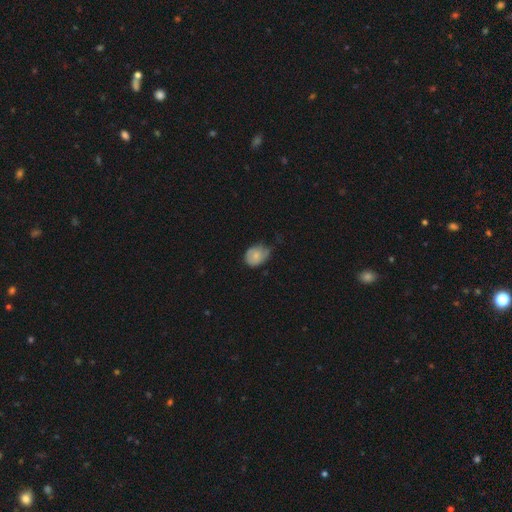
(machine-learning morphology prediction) A smooth galaxy with no disk features (69%) that is in between round and cigar-shaped (56%). Merging: minor disturbance (45%).